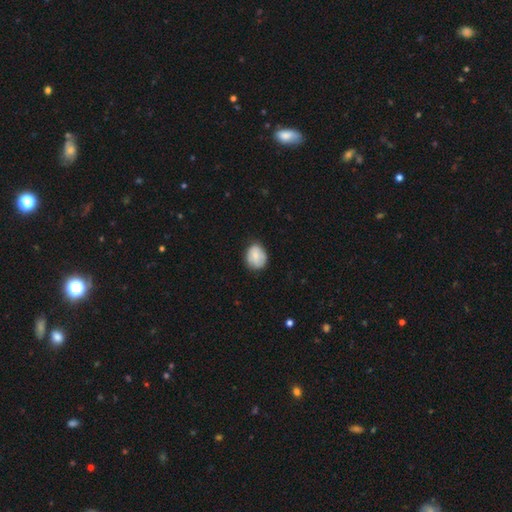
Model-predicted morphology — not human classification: smooth 72%, featured or disk 21%, star or artifact 7%. Down the decision tree: how rounded — round (58%); merging — none (70%).